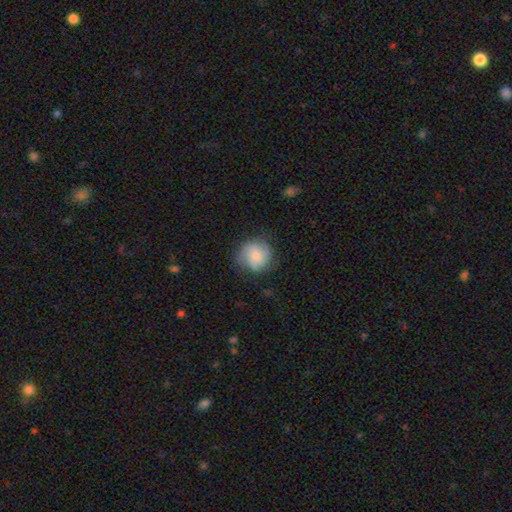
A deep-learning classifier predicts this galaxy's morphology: Smooth or featured: smooth — 62% (featured or disk — 31%)
How rounded: round — 88% (in between — 11%)
Merging: none — 70% (minor disturbance — 21%)